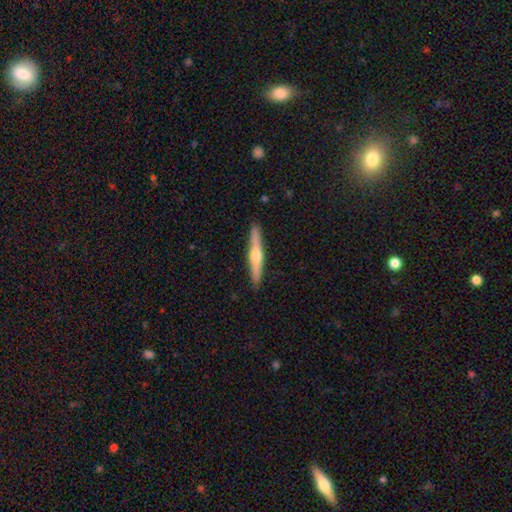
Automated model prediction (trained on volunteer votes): A featured or disk galaxy (65%) viewed edge-on (97%) with a rounded central bulge (92%). Merging: none (91%).